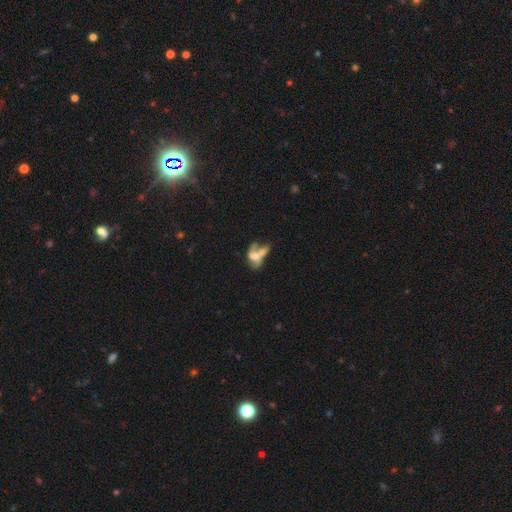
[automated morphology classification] The model was most divided on "smooth or featured": smooth: 45%, featured or disk: 42%, star or artifact: 12%. More confident: merging — merger (58%).